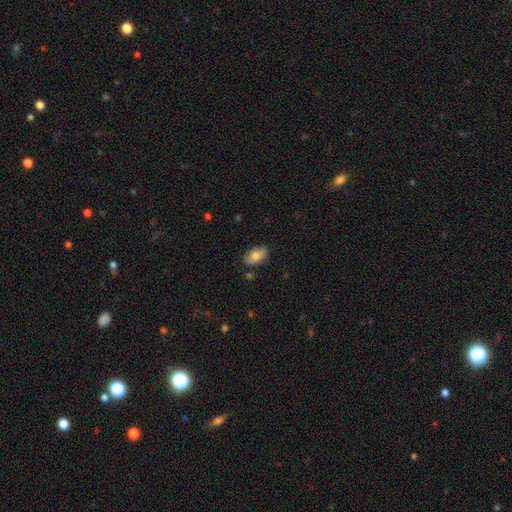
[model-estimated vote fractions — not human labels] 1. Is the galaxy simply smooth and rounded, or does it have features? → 76% smooth, 17% featured or disk, 7% star or artifact.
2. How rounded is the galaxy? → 92% in between, 5% round, 3% cigar-shaped.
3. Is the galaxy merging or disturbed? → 79% none, 16% minor disturbance, 3% major disturbance, 2% merger.